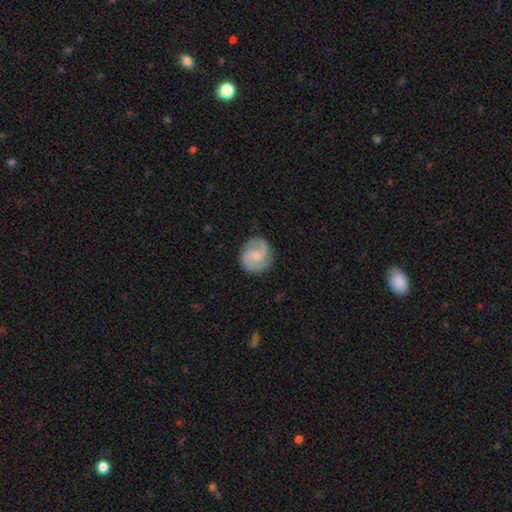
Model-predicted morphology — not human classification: smooth-or-featured: featured or disk: 75% | smooth: 19% | star or artifact: 6%
  disk-edge-on: no: 98% | yes: 2%
    bar: no: 57% | weak: 38% | strong: 6%
    has-spiral-arms: yes: 96% | no: 4%
      spiral-winding: medium: 51% | tight: 32% | loose: 16%
      spiral-arm-count: 2: 83% | 3: 7% | can't tell: 5% | 1: 2% | 4: 2% | more than 4: 1%
    bulge-size: small: 57% | moderate: 30% | none: 10% | large: 2% | dominant: 1%
  merging: none: 83% | minor disturbance: 12% | major disturbance: 4% | merger: 1%